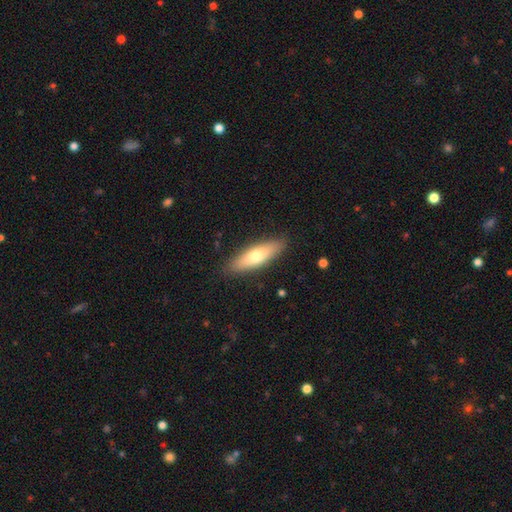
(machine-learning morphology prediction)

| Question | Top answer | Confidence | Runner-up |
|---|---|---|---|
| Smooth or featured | smooth | 67% | featured or disk (28%) |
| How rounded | cigar-shaped | 56% | in between (42%) |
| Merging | none | 88% | minor disturbance (9%) |